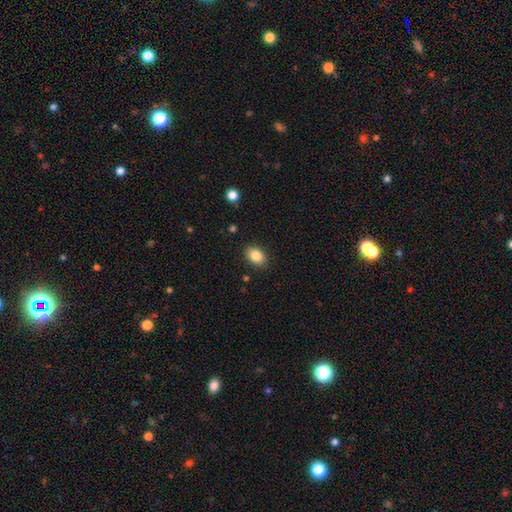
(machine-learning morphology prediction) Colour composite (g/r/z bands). It shows a smooth galaxy with no disk features (85%) that is in between round and cigar-shaped (82%). Merging: none (88%).